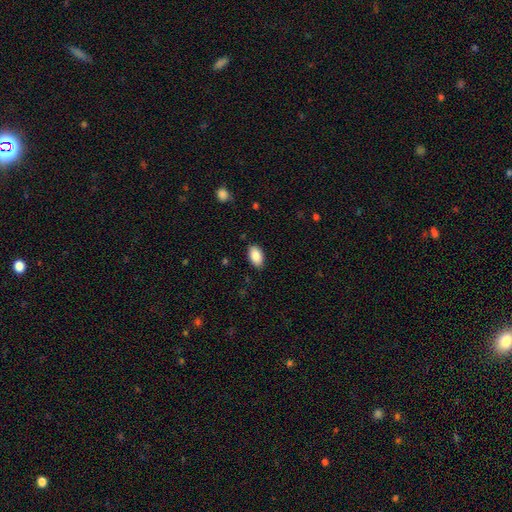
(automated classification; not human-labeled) Overall: smooth (89%). How rounded: in between (94%). Merging: none (87%).